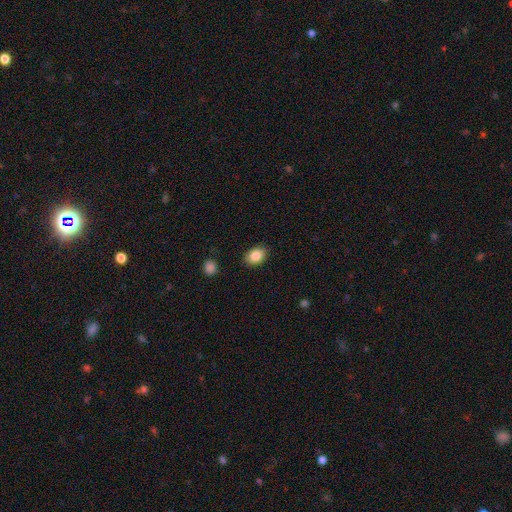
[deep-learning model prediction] Overall: smooth (85%). How rounded: in between (76%). Merging: none (87%).